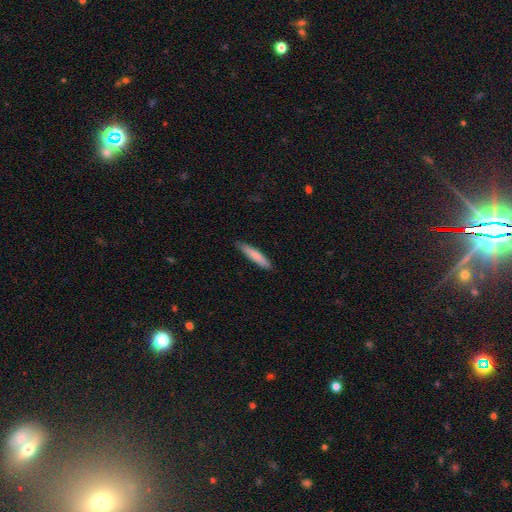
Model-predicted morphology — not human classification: type=smooth (76%); roundness=cigar-shaped (86%); merging=none (86%).